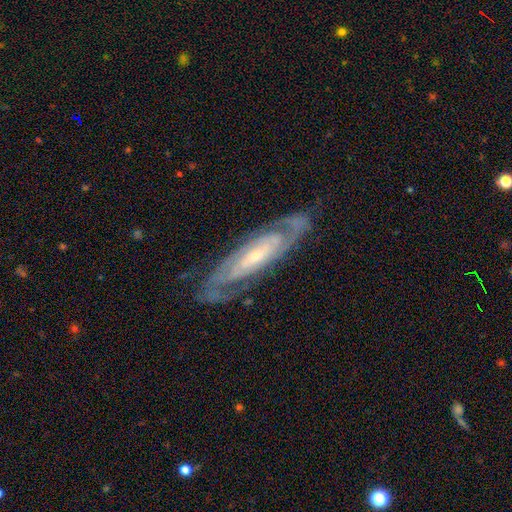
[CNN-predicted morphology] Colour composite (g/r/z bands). It shows a featured or disk galaxy (87%) with no bar (49%), 2 (55%) tight (69%) spiral arms (95%) and a small central bulge (66%). Merging: none (78%).